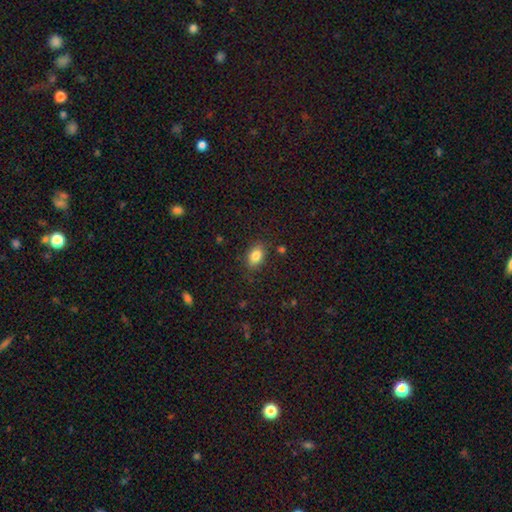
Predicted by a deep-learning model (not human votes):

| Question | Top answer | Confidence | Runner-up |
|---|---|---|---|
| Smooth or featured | smooth | 84% | star or artifact (9%) |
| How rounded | in between | 86% | round (12%) |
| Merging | none | 83% | minor disturbance (12%) |